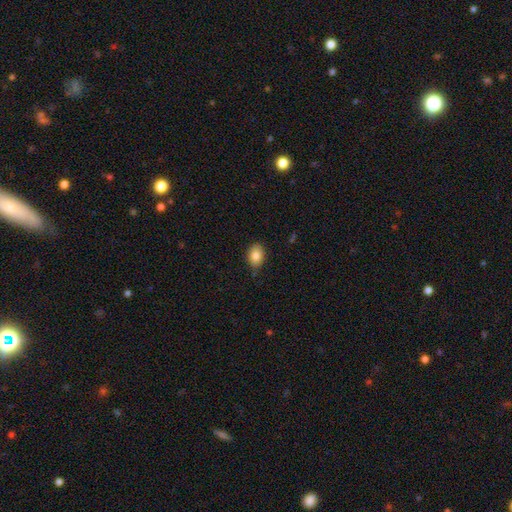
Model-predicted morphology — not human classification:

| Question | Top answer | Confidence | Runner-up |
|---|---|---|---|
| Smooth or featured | smooth | 84% | star or artifact (8%) |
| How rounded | in between | 75% | round (24%) |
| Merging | none | 80% | minor disturbance (16%) |